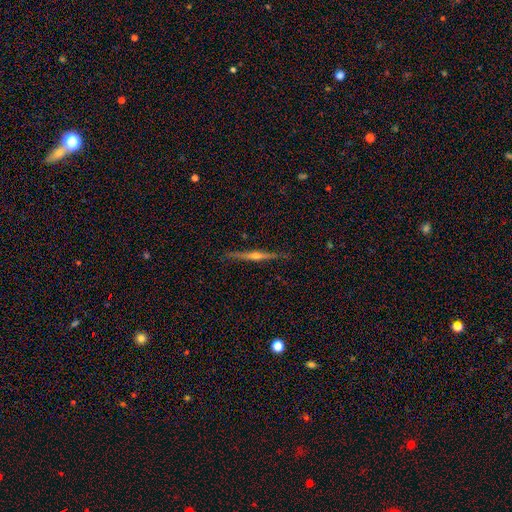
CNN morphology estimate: Smooth or featured?
  - featured or disk: 81% *
  - smooth: 13%
  - star or artifact: 6%
Edge-on disk?
  - yes: 98% *
  - no: 2%
Edge-on bulge?
  - rounded: 88% *
  - none: 7%
  - boxy: 4%
Merging?
  - none: 89% *
  - minor disturbance: 8%
  - major disturbance: 1%
  - merger: 1%